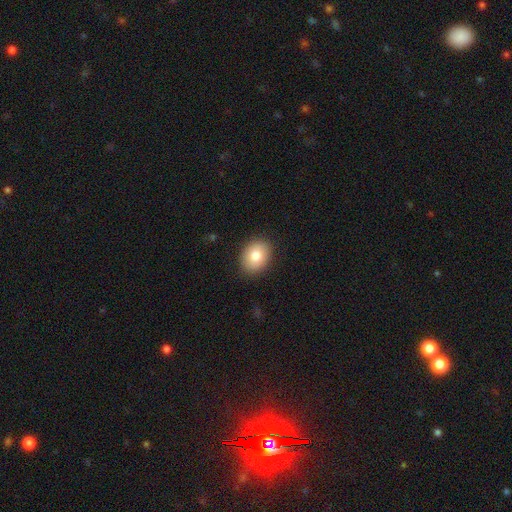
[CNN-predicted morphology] Smooth or featured: smooth — 81% (featured or disk — 11%)
How rounded: in between — 59% (round — 41%)
Merging: none — 88% (minor disturbance — 9%)